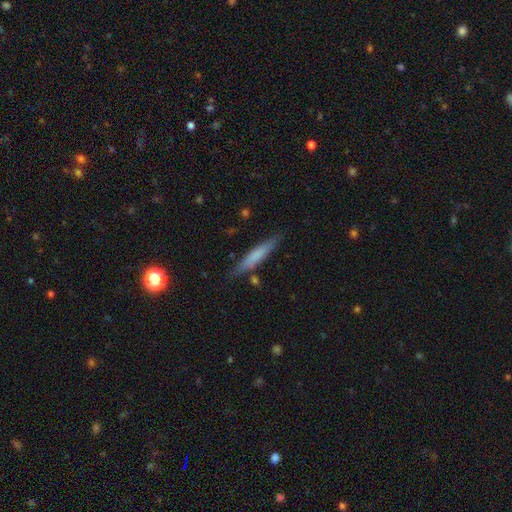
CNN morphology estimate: smooth 63%, featured or disk 31%, star or artifact 6%. Down the decision tree: how rounded — cigar-shaped (90%); merging — none (82%).